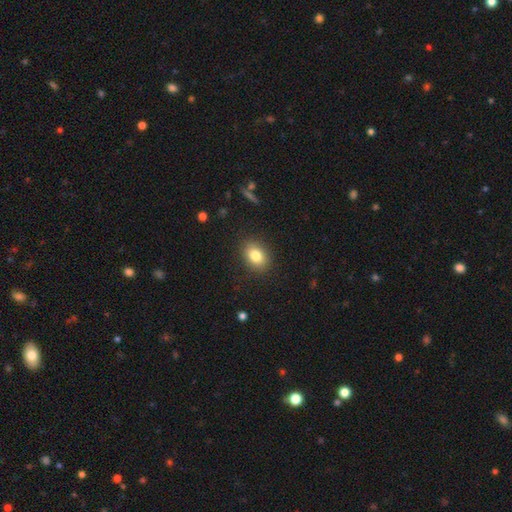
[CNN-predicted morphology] Smooth or featured?
  - smooth: 82% *
  - star or artifact: 10%
  - featured or disk: 9%
How rounded?
  - in between: 66% *
  - round: 33%
  - cigar-shaped: 1%
Merging?
  - none: 87% *
  - minor disturbance: 9%
  - major disturbance: 3%
  - merger: 1%